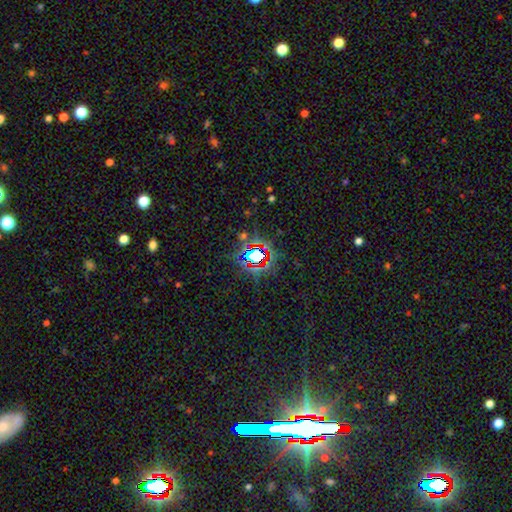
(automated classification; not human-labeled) Smooth or featured?
  - star or artifact: 75% *
  - smooth: 15%
  - featured or disk: 10%